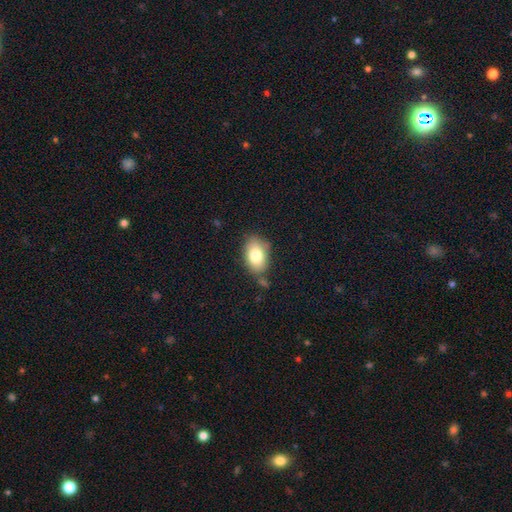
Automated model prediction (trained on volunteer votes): The model was most divided on "merging": none: 72%, minor disturbance: 18%, merger: 5%, major disturbance: 5%. More confident: how rounded — in between (86%); smooth or featured — smooth (79%).